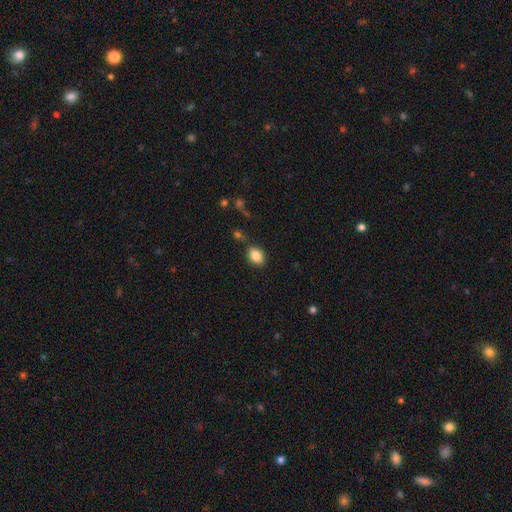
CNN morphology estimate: A smooth galaxy with no disk features (85%) that is in between round and cigar-shaped (70%).

Vote fractions:
- Smooth or featured? smooth: 85% / star or artifact: 9% / featured or disk: 6%
- How rounded? in between: 70% / round: 29% / cigar-shaped: 1%
- Merging? none: 79% / minor disturbance: 12% / merger: 5% / major disturbance: 3%